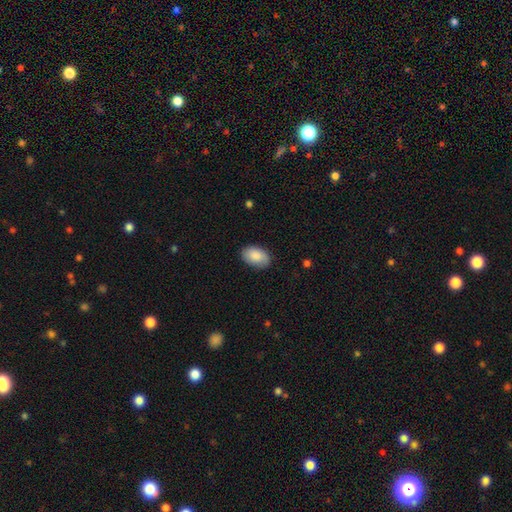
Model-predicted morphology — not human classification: A smooth galaxy with no disk features (85%) that is in between round and cigar-shaped (91%).

Vote fractions:
- Smooth or featured? smooth: 85% / featured or disk: 9% / star or artifact: 6%
- How rounded? in between: 91% / round: 8% / cigar-shaped: 1%
- Merging? none: 82% / minor disturbance: 14% / major disturbance: 3% / merger: 1%